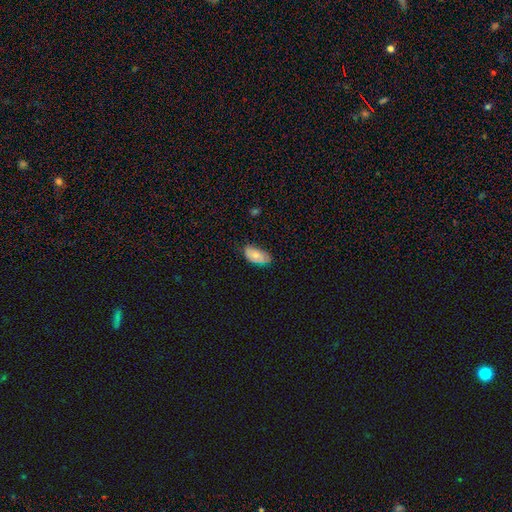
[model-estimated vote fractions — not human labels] Smooth or featured?
  - smooth: 71% *
  - featured or disk: 22%
  - star or artifact: 7%
How rounded?
  - in between: 93% *
  - round: 4%
  - cigar-shaped: 3%
Merging?
  - none: 65% *
  - minor disturbance: 29%
  - major disturbance: 5%
  - merger: 1%